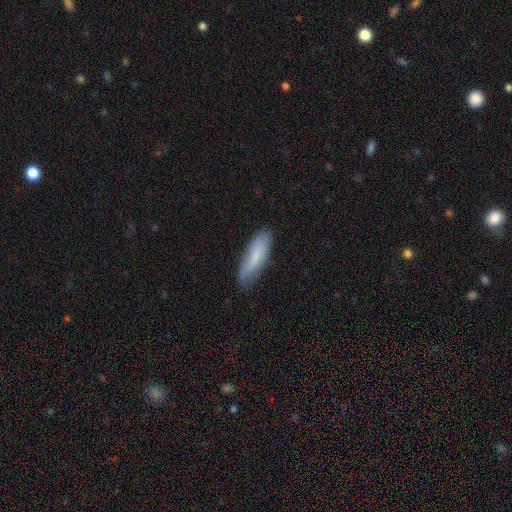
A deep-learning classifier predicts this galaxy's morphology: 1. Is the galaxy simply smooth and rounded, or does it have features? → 70% smooth, 23% featured or disk, 7% star or artifact.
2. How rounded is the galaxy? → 53% cigar-shaped, 45% in between, 2% round.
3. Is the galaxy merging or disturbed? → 76% none, 19% minor disturbance, 4% major disturbance, 1% merger.